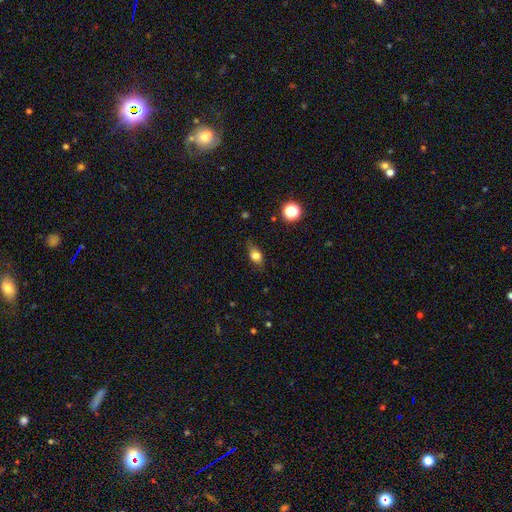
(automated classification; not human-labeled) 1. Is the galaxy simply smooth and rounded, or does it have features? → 74% smooth, 15% featured or disk, 11% star or artifact.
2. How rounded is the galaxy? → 68% in between, 26% round, 7% cigar-shaped.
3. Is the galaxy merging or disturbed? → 72% none, 21% minor disturbance, 5% major disturbance, 1% merger.